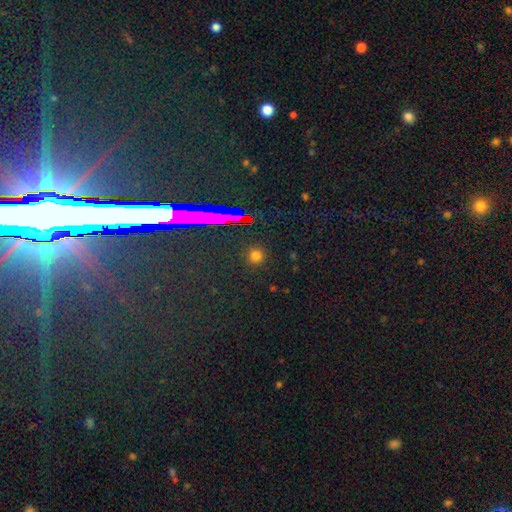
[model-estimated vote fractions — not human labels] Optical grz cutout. It shows a smooth galaxy with no disk features (70%) that is round (93%). Merging: none (90%).